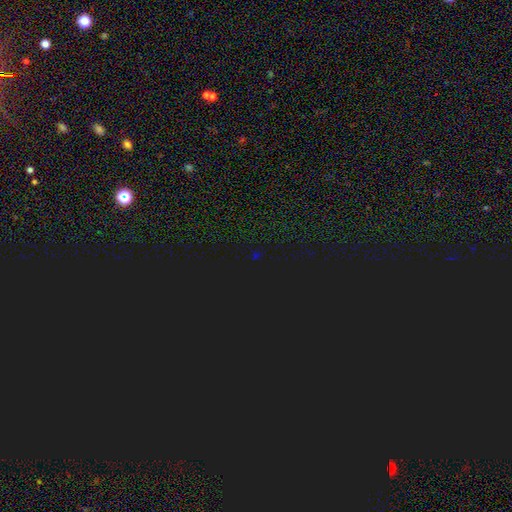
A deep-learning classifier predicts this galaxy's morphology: Overall: star or artifact (78%).